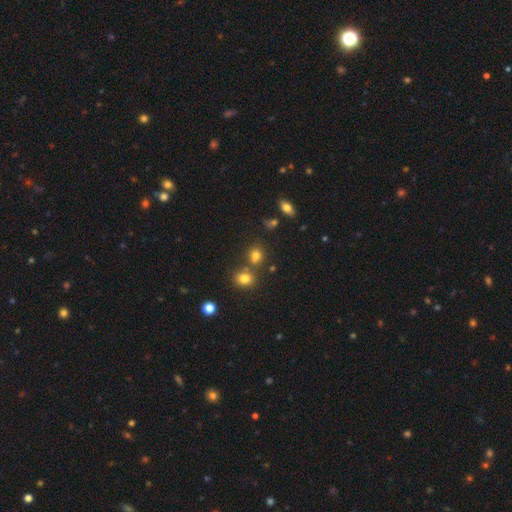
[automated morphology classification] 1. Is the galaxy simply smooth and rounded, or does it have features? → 76% smooth, 16% star or artifact, 9% featured or disk.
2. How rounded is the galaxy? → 69% round, 30% in between, 1% cigar-shaped.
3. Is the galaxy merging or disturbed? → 63% none, 23% merger, 10% minor disturbance, 4% major disturbance.